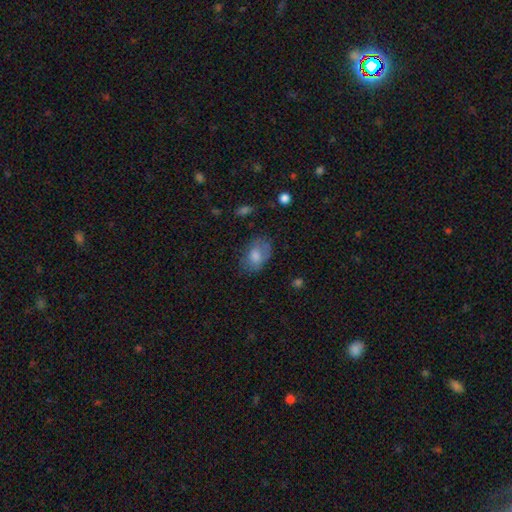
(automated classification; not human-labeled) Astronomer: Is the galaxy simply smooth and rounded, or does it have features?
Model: smooth — 72%.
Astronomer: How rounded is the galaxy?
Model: in between — 81%.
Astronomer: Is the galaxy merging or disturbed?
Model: none — 61%.